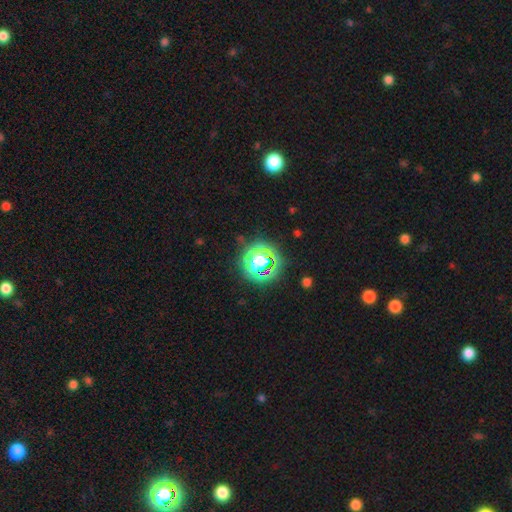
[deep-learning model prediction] This appears to be a star or artifact, not a galaxy (68%).